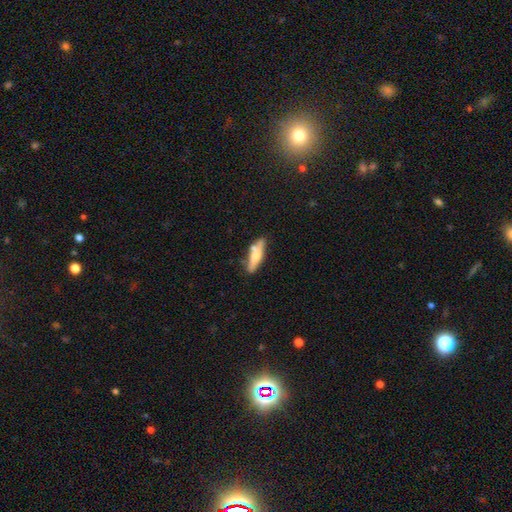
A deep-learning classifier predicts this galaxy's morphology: A smooth galaxy with no disk features (58%) that is cigar-shaped (64%). Merging: none (68%).